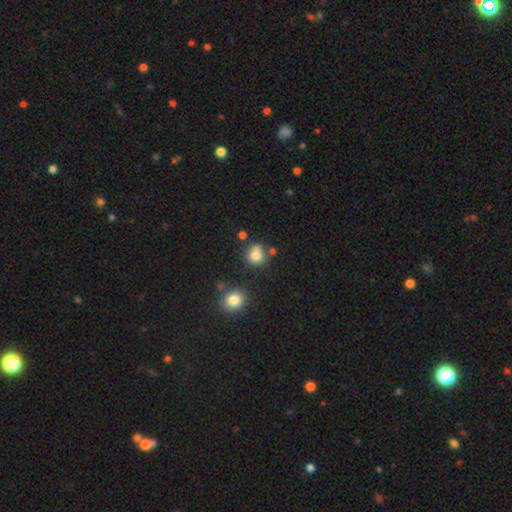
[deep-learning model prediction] Smooth or featured? Predicted: smooth (p=0.80). How rounded? Predicted: round (p=0.78). Merging? Predicted: none (p=0.65).